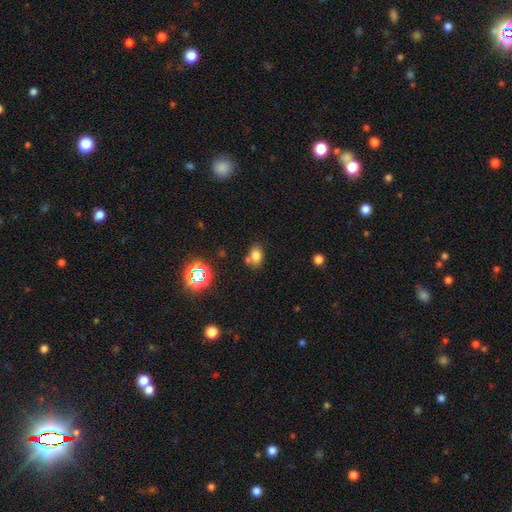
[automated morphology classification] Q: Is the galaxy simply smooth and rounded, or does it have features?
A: smooth — 75%.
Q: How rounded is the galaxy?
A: in between — 72%.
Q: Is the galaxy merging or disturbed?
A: none — 61%.